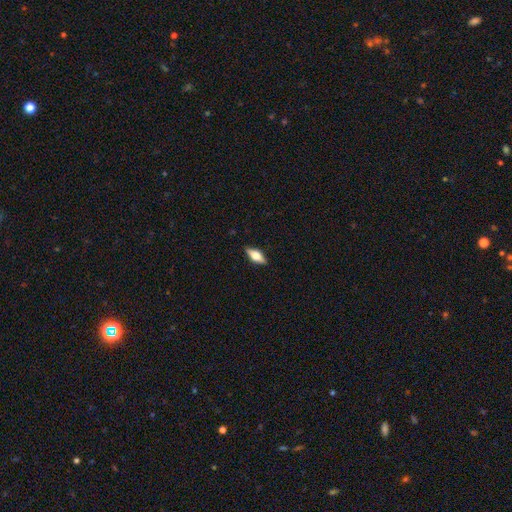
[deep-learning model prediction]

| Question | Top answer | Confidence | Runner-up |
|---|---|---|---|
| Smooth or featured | smooth | 49% | featured or disk (44%) |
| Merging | none | 88% | minor disturbance (9%) |